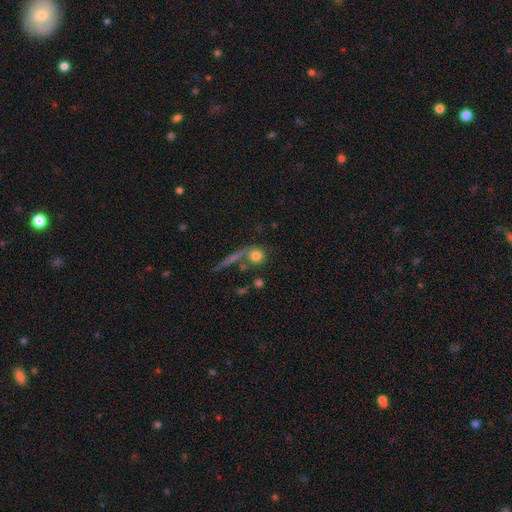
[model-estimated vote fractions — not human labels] Smooth or featured? smooth (73%)
How rounded? round (83%)
Merging? none (52%)